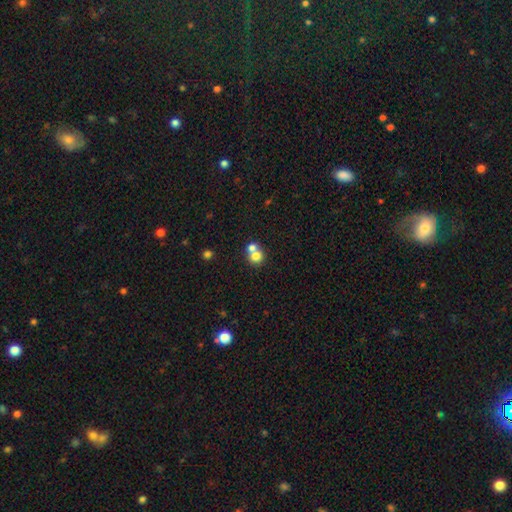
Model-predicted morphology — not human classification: This appears to be a smooth galaxy with no disk features (74%) that is round (83%). Merging: merger (54%).